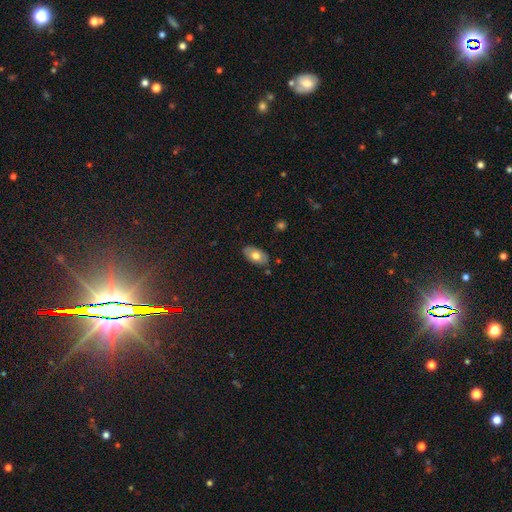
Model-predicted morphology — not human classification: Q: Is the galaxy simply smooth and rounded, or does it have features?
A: smooth — 67%.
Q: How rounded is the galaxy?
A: in between — 93%.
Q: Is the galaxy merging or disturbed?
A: none — 82%.